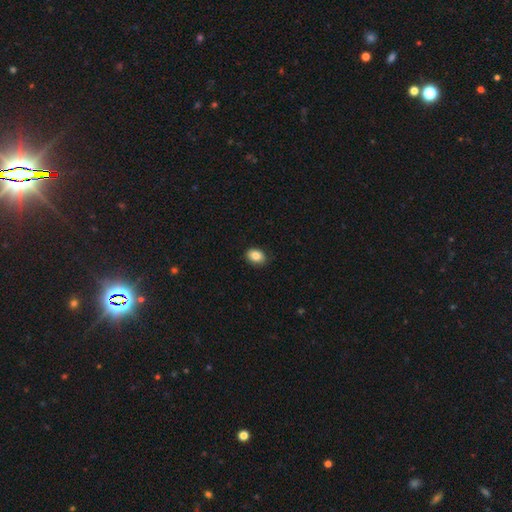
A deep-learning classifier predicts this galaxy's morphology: smooth_or_featured: smooth (p=0.86) [alt: star or artifact p=0.08]
how_rounded: in between (p=0.73) [alt: round p=0.26]
merging: none (p=0.84) [alt: minor disturbance p=0.13]